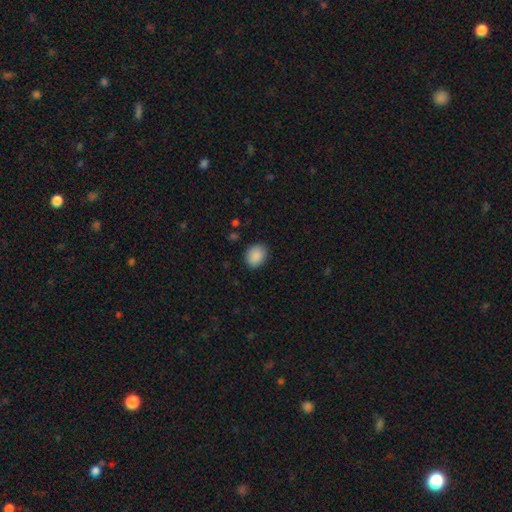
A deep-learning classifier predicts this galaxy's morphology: A smooth galaxy with no disk features (89%) that is in between round and cigar-shaped (52%).

Vote fractions:
- Smooth or featured? smooth: 89% / star or artifact: 8% / featured or disk: 3%
- How rounded? in between: 52% / round: 47% / cigar-shaped: 1%
- Merging? none: 85% / minor disturbance: 11% / major disturbance: 3% / merger: 1%